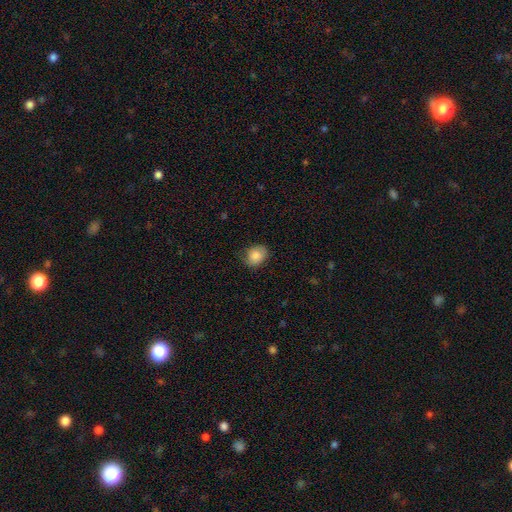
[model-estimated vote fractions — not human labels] This is clearly a smooth galaxy (85%). How rounded: possibly round (53%). Merging: likely none (77%).